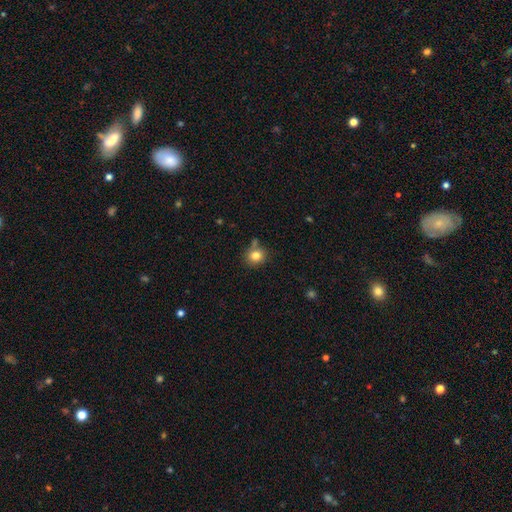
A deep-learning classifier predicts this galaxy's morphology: Smooth or featured? smooth (81%)
How rounded? round (83%)
Merging? none (72%)